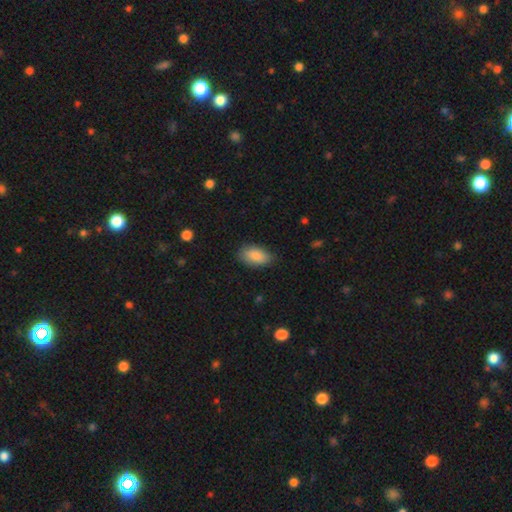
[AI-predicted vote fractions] A smooth galaxy with no disk features (88%) that is in between round and cigar-shaped (93%).

Vote fractions:
- Smooth or featured? smooth: 88% / star or artifact: 7% / featured or disk: 5%
- How rounded? in between: 93% / round: 4% / cigar-shaped: 3%
- Merging? none: 82% / minor disturbance: 14% / major disturbance: 3% / merger: 1%